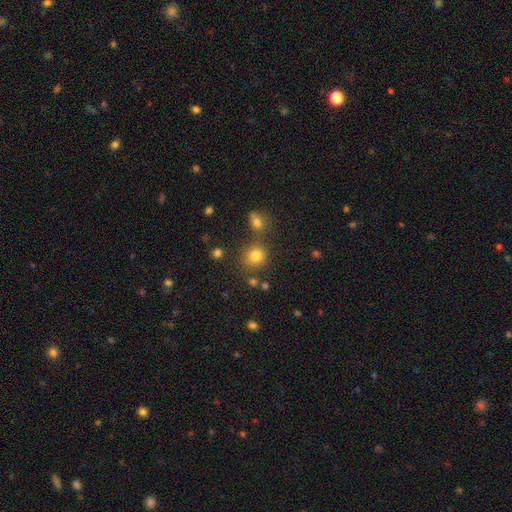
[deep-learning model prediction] The model was most divided on "merging": none: 72%, merger: 15%, minor disturbance: 10%, major disturbance: 4%. More confident: how rounded — round (84%); smooth or featured — smooth (79%).